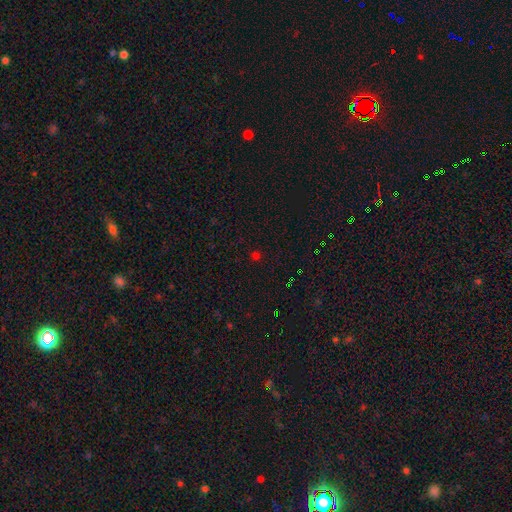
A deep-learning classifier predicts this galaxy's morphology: This appears to be a smooth galaxy with no disk features (51%) that is round (91%). Merging: none (88%).